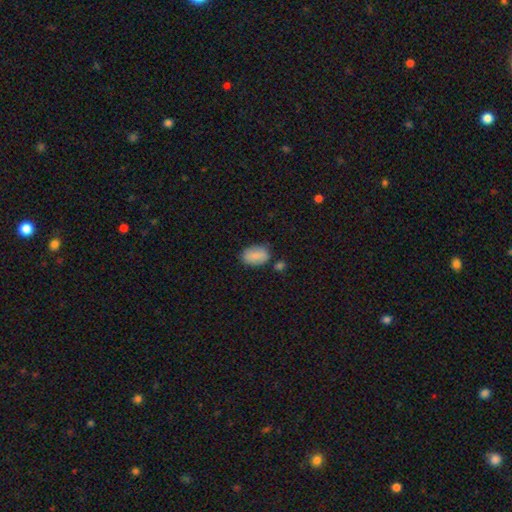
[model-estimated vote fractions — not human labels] Overall: smooth (84%). How rounded: in between (88%). Merging: none (71%).